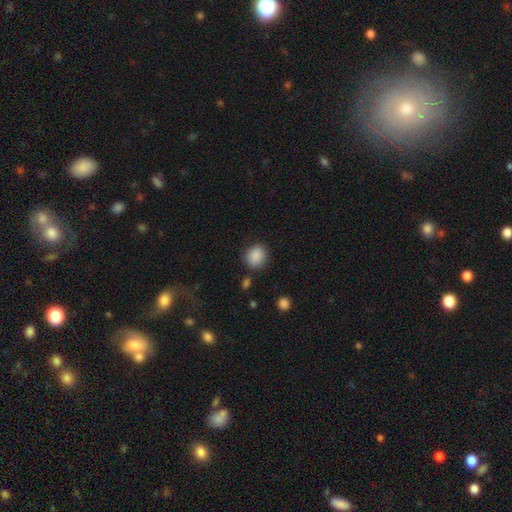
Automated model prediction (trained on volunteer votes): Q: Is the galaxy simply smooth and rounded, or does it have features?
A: smooth — 88%.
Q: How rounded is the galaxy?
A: round — 74%.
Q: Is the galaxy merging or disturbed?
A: none — 79%.